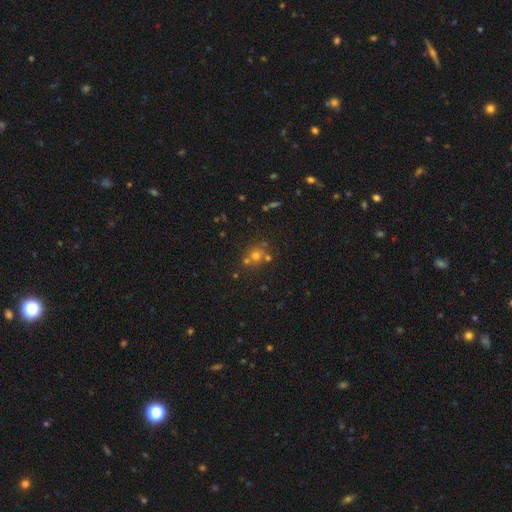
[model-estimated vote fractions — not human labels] smooth 52%, star or artifact 32%, featured or disk 16%. Down the decision tree: how rounded — round (84%); merging — none (60%).